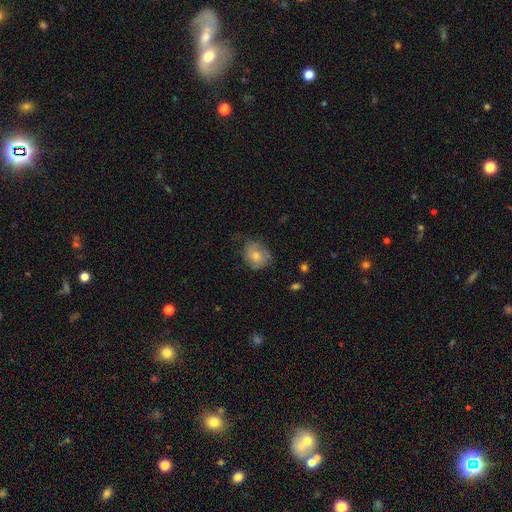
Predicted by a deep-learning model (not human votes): Smooth or featured: smooth — 55% (featured or disk — 34%)
How rounded: round — 57% (in between — 42%)
Merging: none — 65% (minor disturbance — 26%)